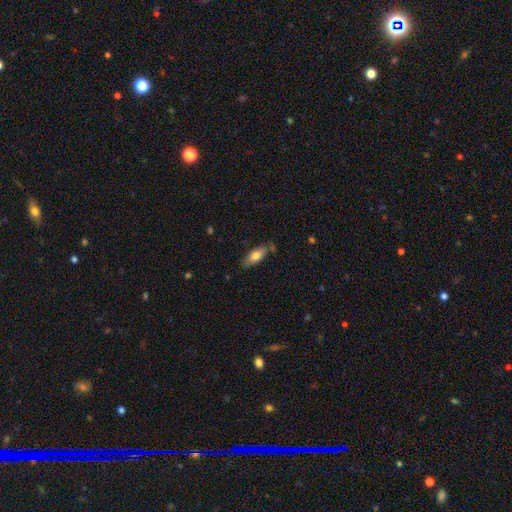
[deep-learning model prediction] Smooth or featured: smooth — 72% (featured or disk — 21%)
How rounded: in between — 72% (cigar-shaped — 26%)
Merging: none — 74% (minor disturbance — 17%)